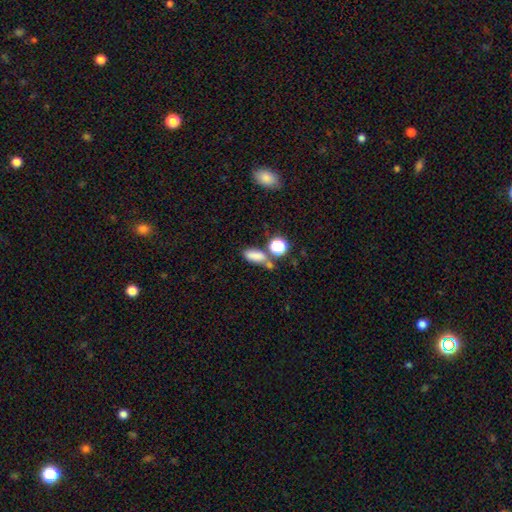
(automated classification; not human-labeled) Smooth or featured? smooth (78%)
How rounded? in between (73%)
Merging? none (51%)